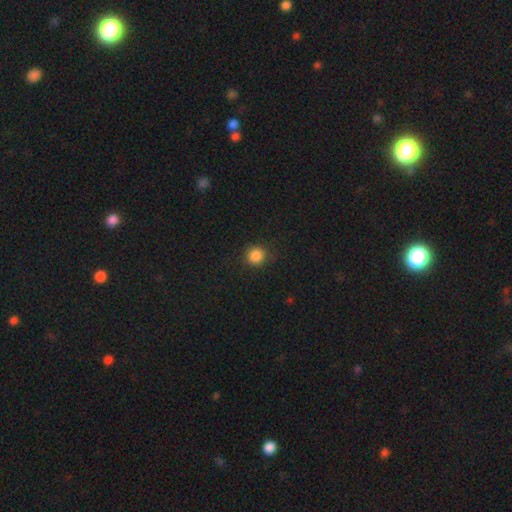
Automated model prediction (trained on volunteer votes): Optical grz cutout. It shows a smooth galaxy with no disk features (86%) that is round (92%). Merging: none (87%).